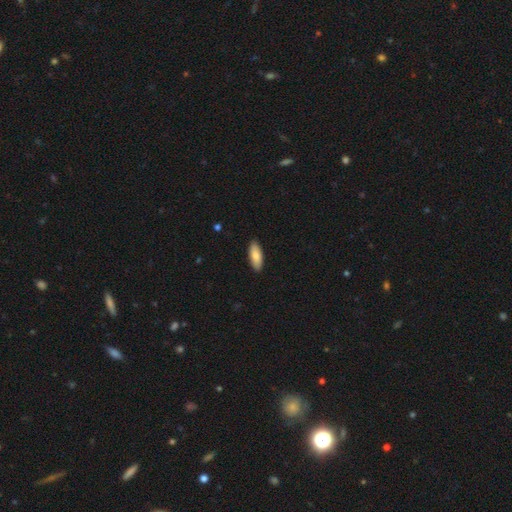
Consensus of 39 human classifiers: Overall: smooth (79%). How rounded: in between (58%; cigar-shaped 39%). Merging: none (95%).